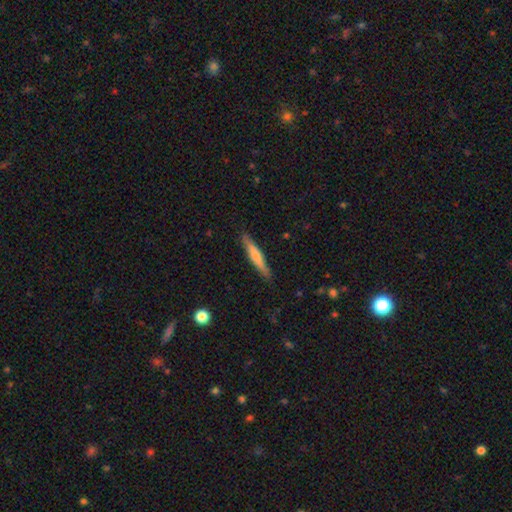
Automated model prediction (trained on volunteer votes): A smooth galaxy with no disk features (62%) that is cigar-shaped (92%).

Vote fractions:
- Smooth or featured? smooth: 62% / featured or disk: 33% / star or artifact: 5%
- How rounded? cigar-shaped: 92% / in between: 7% / round: 1%
- Merging? none: 87% / minor disturbance: 10% / major disturbance: 2% / merger: 1%